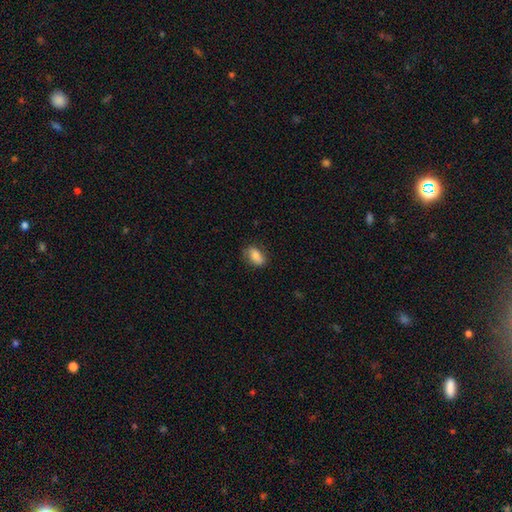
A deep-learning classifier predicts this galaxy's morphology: A smooth galaxy with no disk features (77%) that is in between round and cigar-shaped (86%). Merging: none (77%).